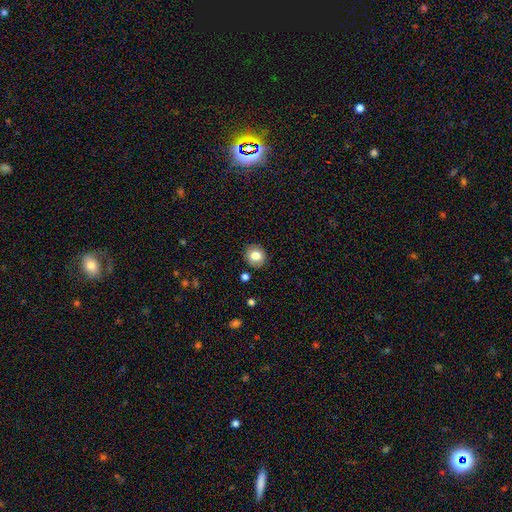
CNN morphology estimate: Overall: smooth (80%). How rounded: round (79%). Merging: none (88%).